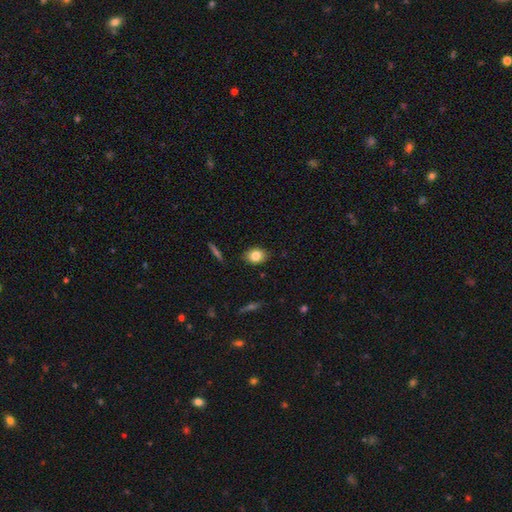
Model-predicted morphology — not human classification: The model was most divided on "how rounded": in between: 68%, round: 31%, cigar-shaped: 2%. More confident: merging — none (86%); smooth or featured — smooth (81%).